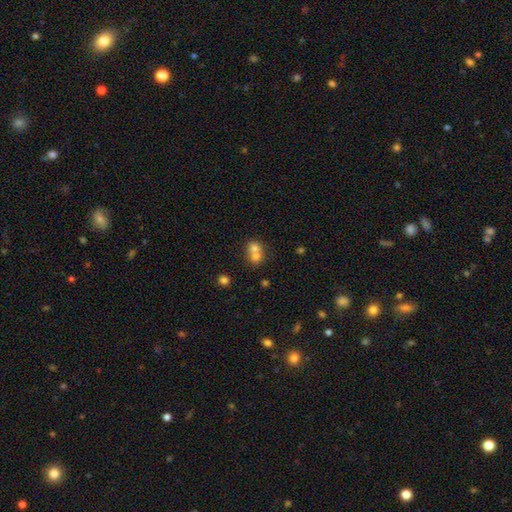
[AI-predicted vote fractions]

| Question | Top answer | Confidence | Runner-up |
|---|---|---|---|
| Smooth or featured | smooth | 70% | featured or disk (18%) |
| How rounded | round | 70% | in between (29%) |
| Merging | merger | 68% | none (24%) |